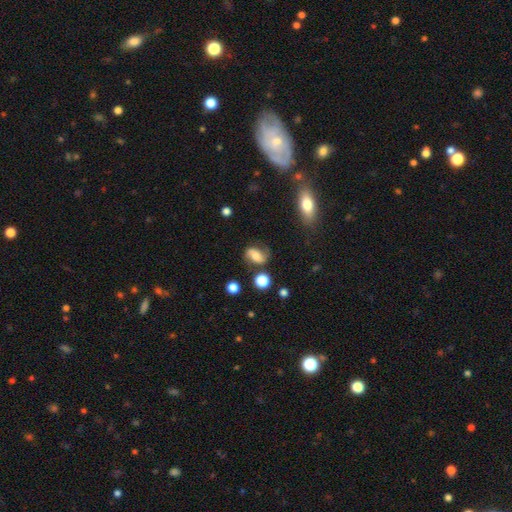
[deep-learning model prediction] This appears to be a featured or disk galaxy (45%). Merging: none (63%).